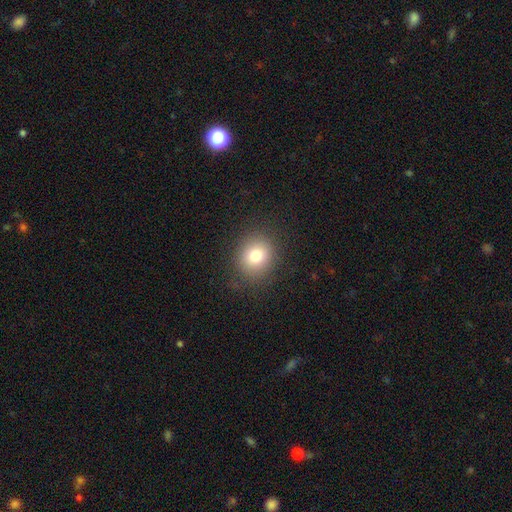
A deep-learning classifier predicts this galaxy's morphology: A smooth galaxy with no disk features (79%) that is round (78%).

Vote fractions:
- Smooth or featured? smooth: 79% / star or artifact: 12% / featured or disk: 9%
- How rounded? round: 78% / in between: 21% / cigar-shaped: 1%
- Merging? none: 87% / minor disturbance: 9% / major disturbance: 4% / merger: 1%